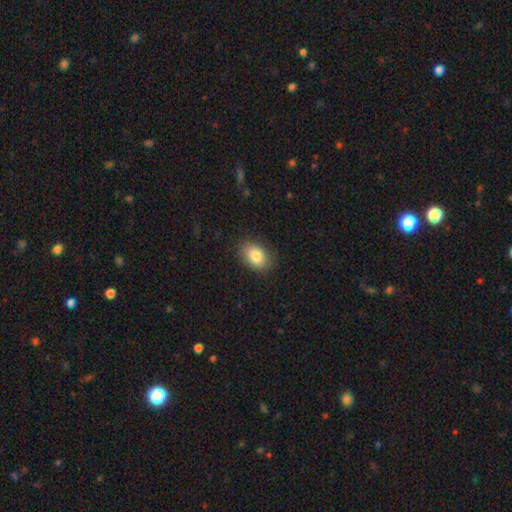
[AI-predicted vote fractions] A smooth galaxy with no disk features (85%) that is in between round and cigar-shaped (81%). Merging: none (85%).